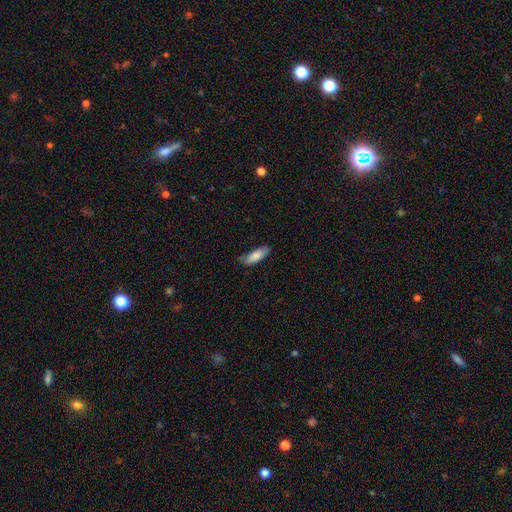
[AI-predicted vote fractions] A smooth galaxy with no disk features (82%) that is in between round and cigar-shaped (62%). Merging: none (71%).